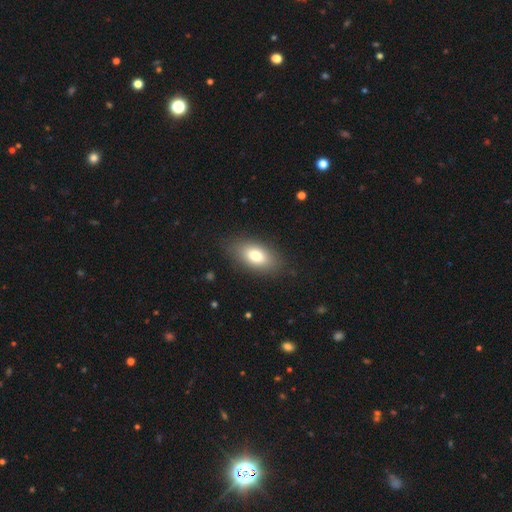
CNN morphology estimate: Smooth or featured? smooth (78%)
How rounded? in between (90%)
Merging? none (84%)